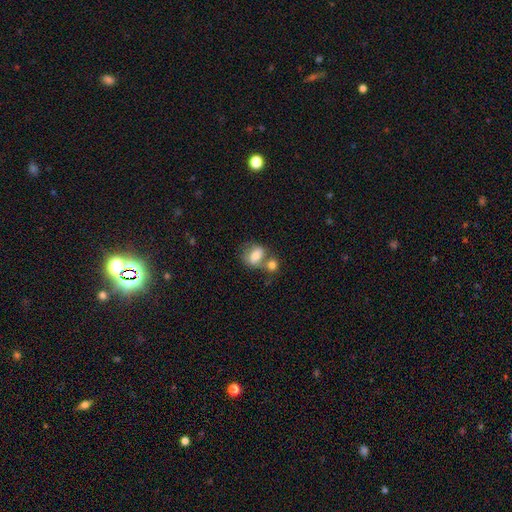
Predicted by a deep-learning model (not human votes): This appears to be a smooth galaxy with no disk features (73%) that is in between round and cigar-shaped (62%). Merging: merger (48%).